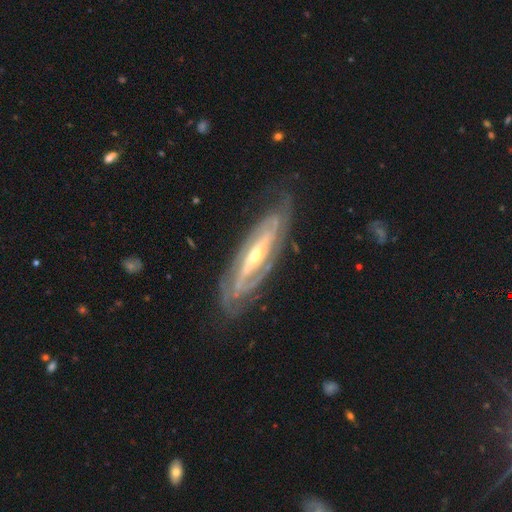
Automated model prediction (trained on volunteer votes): Overall: featured or disk (88%). Edge-on disk: no (80%). Bar: strong (38%; no 35%). Spiral arms: yes (93%). Spiral arm count: 2 (44%; can't tell 30%). Spiral winding: tight (65%; medium 27%). Bulge size: small (53%; moderate 44%). Merging: none (76%).